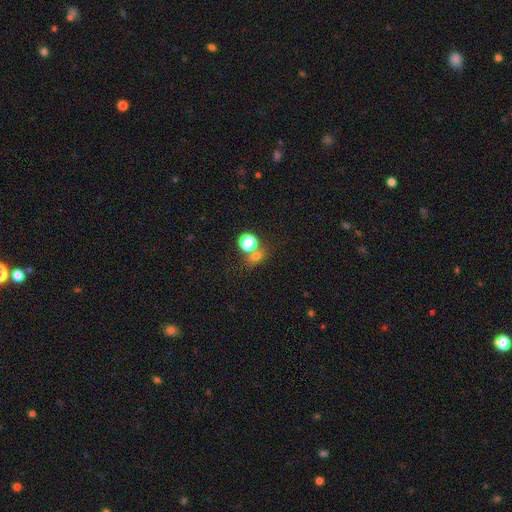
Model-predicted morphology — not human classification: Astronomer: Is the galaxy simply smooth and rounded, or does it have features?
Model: smooth — 66%.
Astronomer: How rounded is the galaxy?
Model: round — 64%.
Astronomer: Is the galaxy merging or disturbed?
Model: none — 60%.